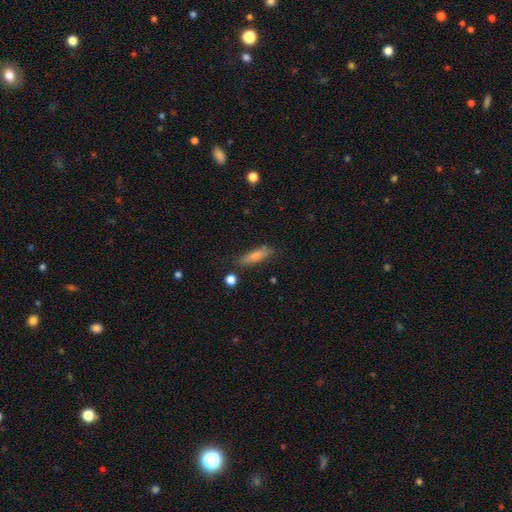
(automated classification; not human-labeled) smooth-or-featured: smooth: 72% | featured or disk: 21% | star or artifact: 7%
  how-rounded: cigar-shaped: 67% | in between: 31% | round: 2%
  merging: none: 76% | minor disturbance: 17% | major disturbance: 4% | merger: 4%